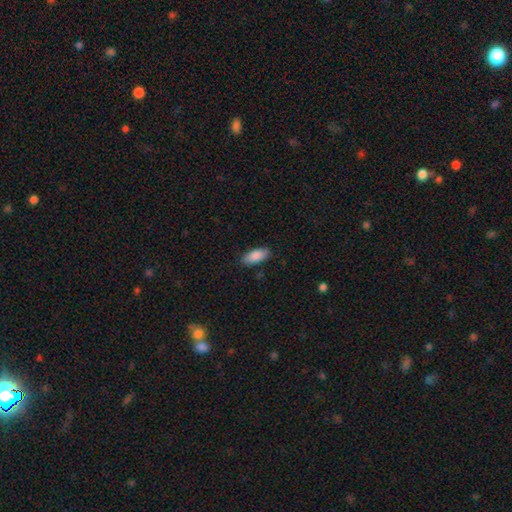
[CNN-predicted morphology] smooth_or_featured: smooth (p=0.89) [alt: star or artifact p=0.06]
how_rounded: in between (p=0.85) [alt: cigar-shaped p=0.13]
merging: none (p=0.86) [alt: minor disturbance p=0.10]